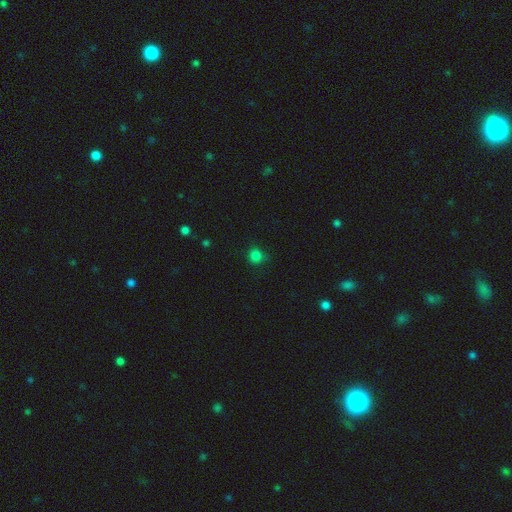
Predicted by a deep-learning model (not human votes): Smooth or featured? Predicted: smooth (p=0.81). How rounded? Predicted: round (p=0.91). Merging? Predicted: none (p=0.81).